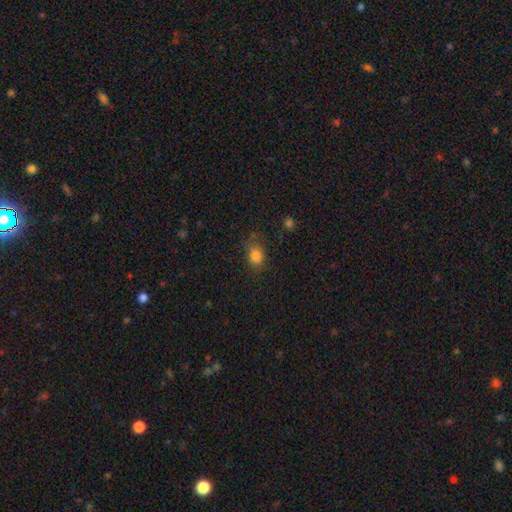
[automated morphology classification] Smooth or featured? smooth (81%)
How rounded? in between (56%)
Merging? none (72%)